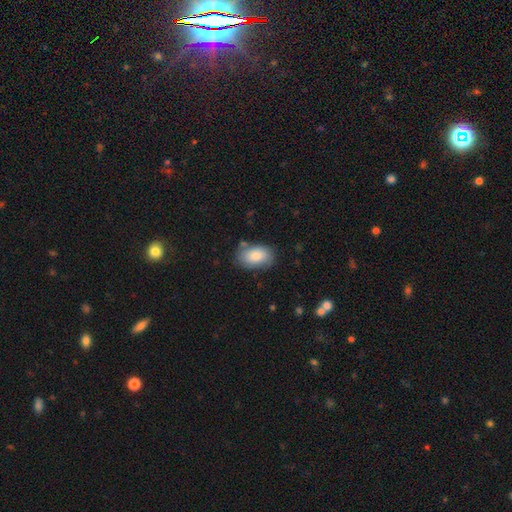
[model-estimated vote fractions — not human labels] The model was most divided on "merging": none: 77%, minor disturbance: 16%, major disturbance: 4%, merger: 3%. More confident: how rounded — in between (90%); smooth or featured — smooth (83%).